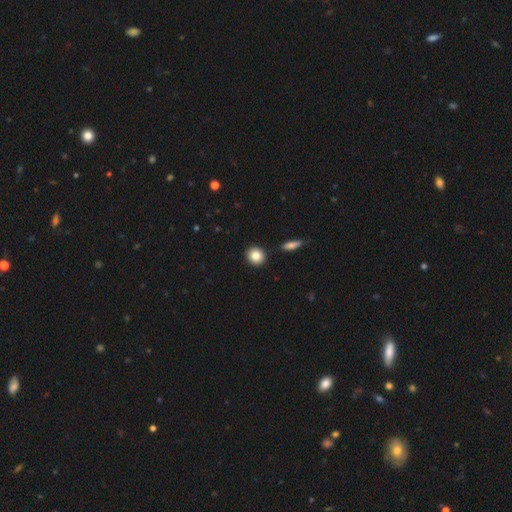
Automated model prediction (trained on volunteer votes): Smooth or featured: smooth — 84% (star or artifact — 8%)
How rounded: round — 83% (in between — 15%)
Merging: none — 89% (minor disturbance — 6%)